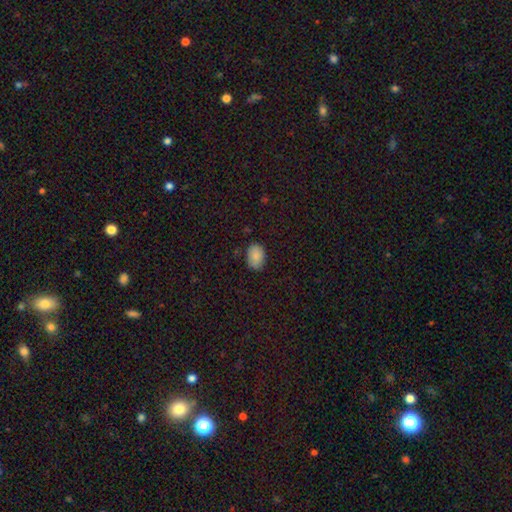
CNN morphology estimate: The model was most divided on "how rounded": in between: 80%, round: 19%, cigar-shaped: 1%. More confident: smooth or featured — smooth (87%); merging — none (83%).